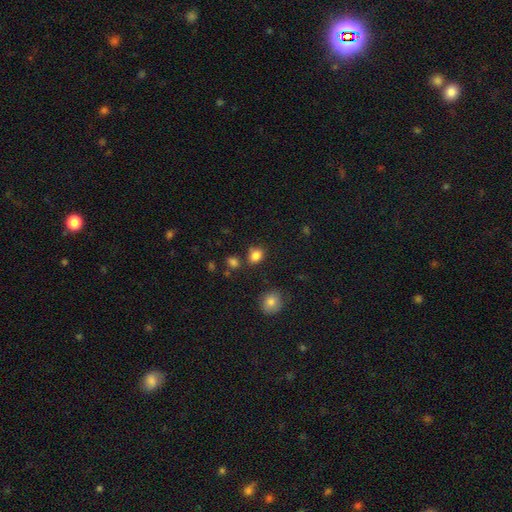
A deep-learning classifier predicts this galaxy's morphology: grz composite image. It shows a smooth galaxy with no disk features (83%) that is in between round and cigar-shaped (50%). Merging: none (75%).